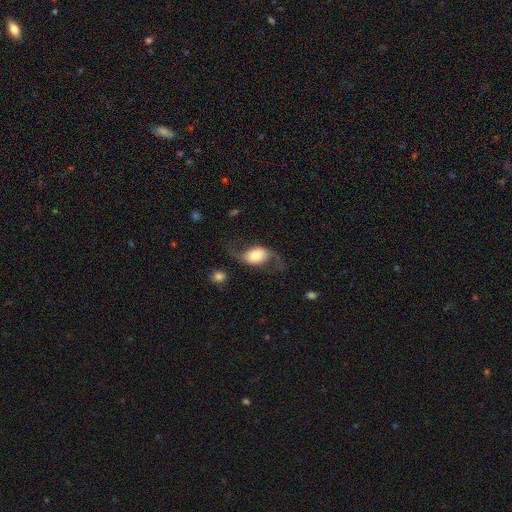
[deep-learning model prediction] Smooth or featured?
  - featured or disk: 64% *
  - smooth: 29%
  - star or artifact: 7%
Edge-on disk?
  - no: 94% *
  - yes: 6%
Bar?
  - no: 60% *
  - weak: 28%
  - strong: 12%
Spiral arms?
  - yes: 91% *
  - no: 9%
Spiral winding?
  - loose: 87% *
  - medium: 11%
  - tight: 3%
Spiral arm count?
  - 2: 92% *
  - 1: 3%
  - can't tell: 2%
  - 3: 1%
  - 4: 1%
  - more than 4: 1%
Bulge size?
  - moderate: 33% *
  - large: 29%
  - dominant: 20%
  - small: 15%
  - none: 3%
Merging?
  - none: 56% *
  - major disturbance: 21%
  - minor disturbance: 19%
  - merger: 3%